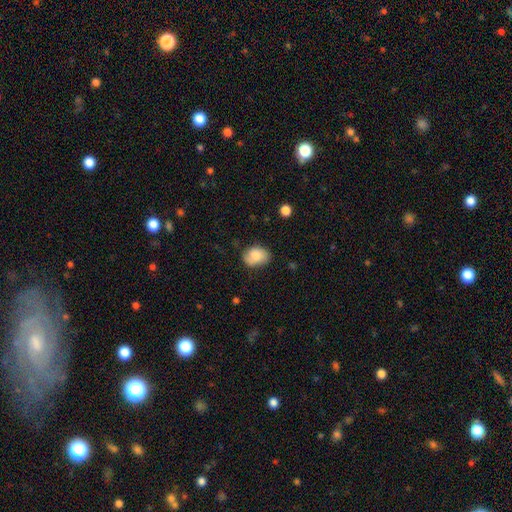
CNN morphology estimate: A smooth galaxy with no disk features (82%) that is in between round and cigar-shaped (69%). Merging: none (70%).